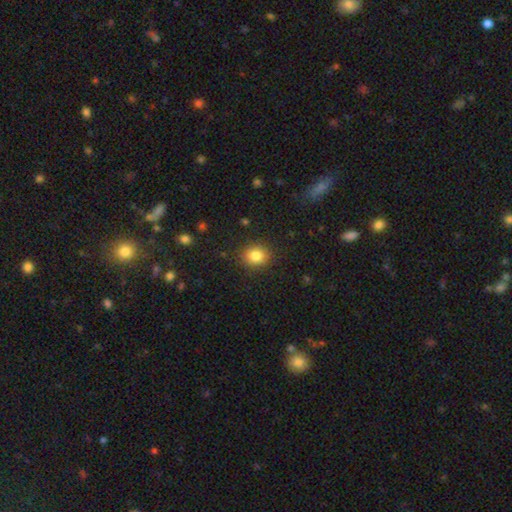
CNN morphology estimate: smooth 84%, star or artifact 10%, featured or disk 6%. Down the decision tree: how rounded — round (67%); merging — none (88%).